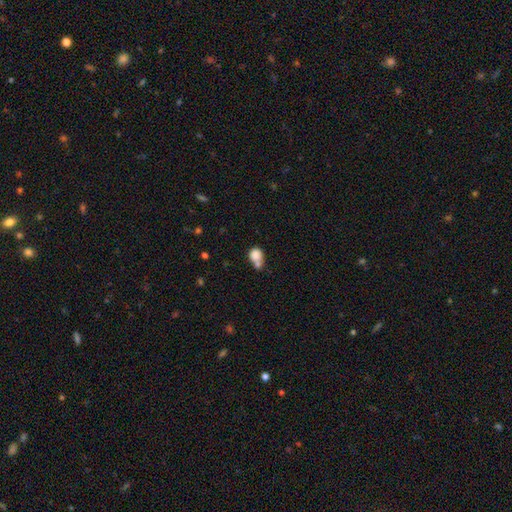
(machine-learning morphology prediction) smooth-or-featured: smooth: 81% | star or artifact: 10% | featured or disk: 9%
  how-rounded: round: 60% | in between: 39% | cigar-shaped: 1%
  merging: merger: 49% | none: 32% | minor disturbance: 12% | major disturbance: 6%